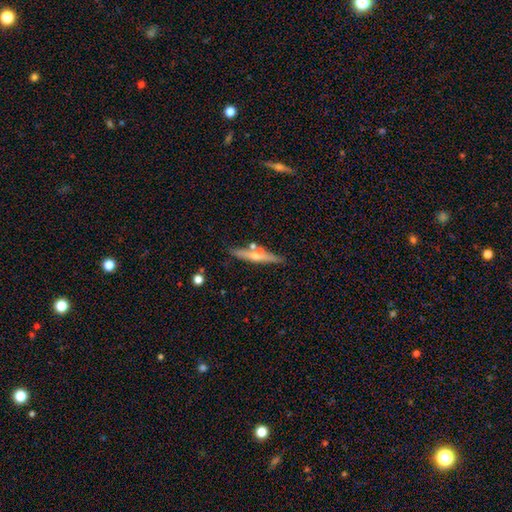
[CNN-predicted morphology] smooth_or_featured: featured or disk (p=0.58) [alt: smooth p=0.35]
disk_edge_on: yes (p=0.94) [alt: no p=0.06]
edge_on_bulge: rounded (p=0.73) [alt: none p=0.22]
merging: none (p=0.79) [alt: minor disturbance p=0.11]